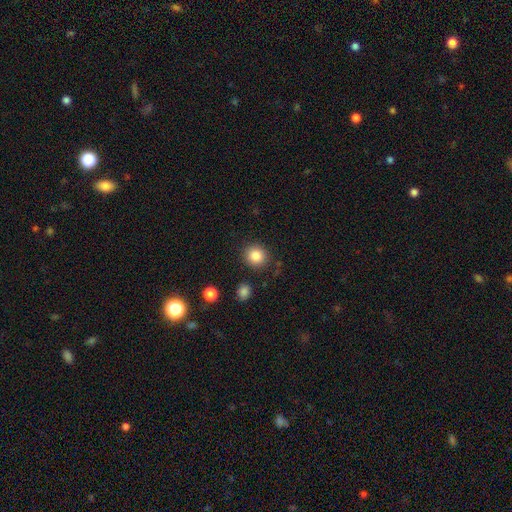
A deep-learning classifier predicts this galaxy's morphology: Smooth or featured? smooth (86%)
How rounded? round (90%)
Merging? none (88%)